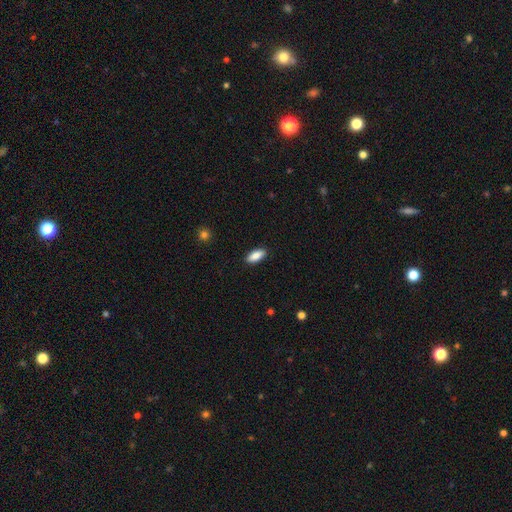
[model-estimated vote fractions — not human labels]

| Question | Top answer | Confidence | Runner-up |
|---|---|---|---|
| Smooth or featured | smooth | 86% | featured or disk (8%) |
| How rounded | in between | 78% | cigar-shaped (20%) |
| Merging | none | 90% | minor disturbance (8%) |